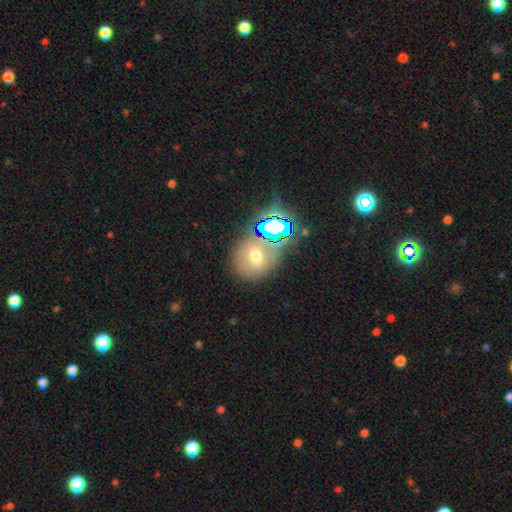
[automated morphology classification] A smooth galaxy with no disk features (46%).

Vote fractions:
- Smooth or featured? smooth: 46% / star or artifact: 29% / featured or disk: 25%
- Merging? none: 70% / minor disturbance: 13% / merger: 11% / major disturbance: 6%